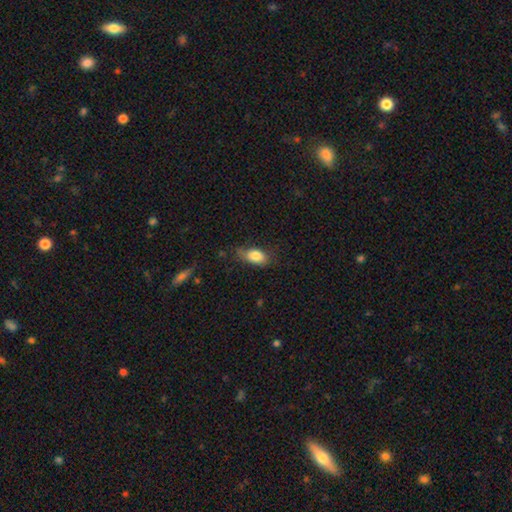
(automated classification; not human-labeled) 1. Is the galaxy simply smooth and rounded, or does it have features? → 82% smooth, 11% featured or disk, 8% star or artifact.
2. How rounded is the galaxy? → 88% in between, 7% round, 4% cigar-shaped.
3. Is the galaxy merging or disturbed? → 59% none, 30% minor disturbance, 9% major disturbance, 2% merger.